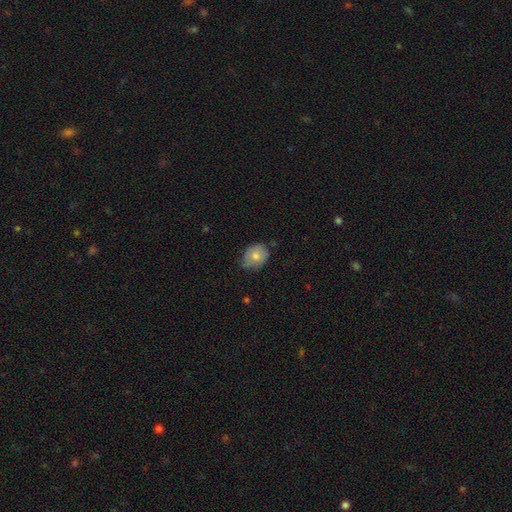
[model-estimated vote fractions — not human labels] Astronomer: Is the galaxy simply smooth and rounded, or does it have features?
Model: smooth — 75%.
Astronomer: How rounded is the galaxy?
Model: in between — 54% (runner-up: round, 45%).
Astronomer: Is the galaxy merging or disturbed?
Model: none — 60%.